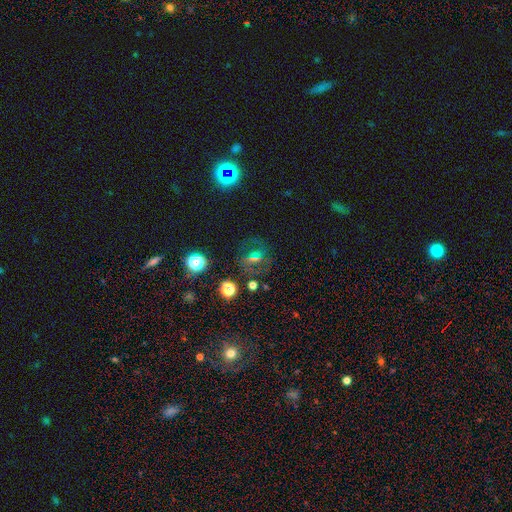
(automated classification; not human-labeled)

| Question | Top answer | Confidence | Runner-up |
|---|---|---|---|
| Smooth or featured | star or artifact | 37% | featured or disk (32%) |